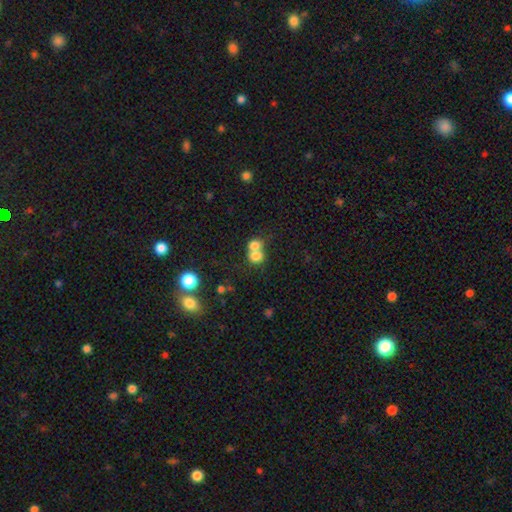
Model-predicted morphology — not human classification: The model was most divided on "how rounded": round: 63%, in between: 36%, cigar-shaped: 1%. More confident: smooth or featured — smooth (75%); merging — merger (67%).